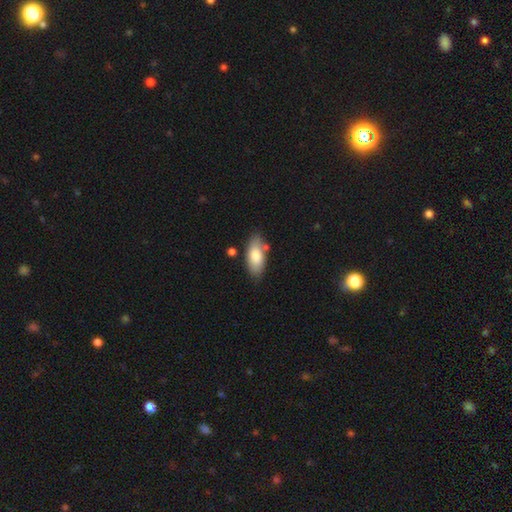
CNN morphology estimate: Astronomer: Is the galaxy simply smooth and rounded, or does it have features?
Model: smooth — 79%.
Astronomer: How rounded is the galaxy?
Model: in between — 86%.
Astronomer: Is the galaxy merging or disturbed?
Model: none — 75%.